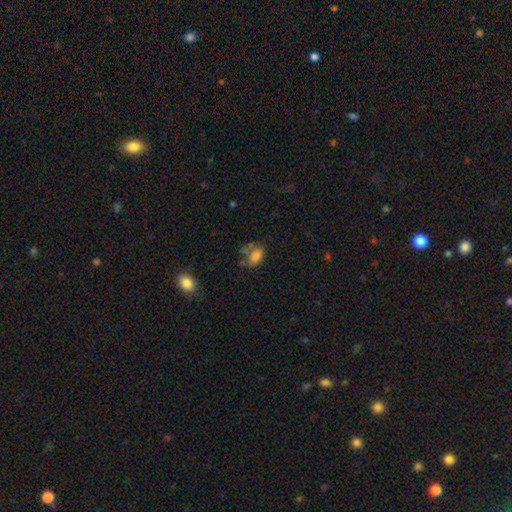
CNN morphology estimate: This appears to be a smooth galaxy with no disk features (70%) that is in between round and cigar-shaped (85%). Merging: none (33%).